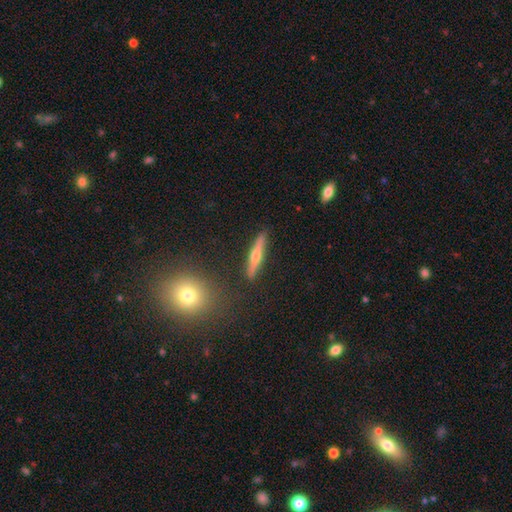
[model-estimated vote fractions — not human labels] The model was most divided on "smooth or featured": featured or disk: 56%, smooth: 37%, star or artifact: 7%. More confident: edge-on disk — yes (95%); edge-on bulge — rounded (90%); merging — none (89%).